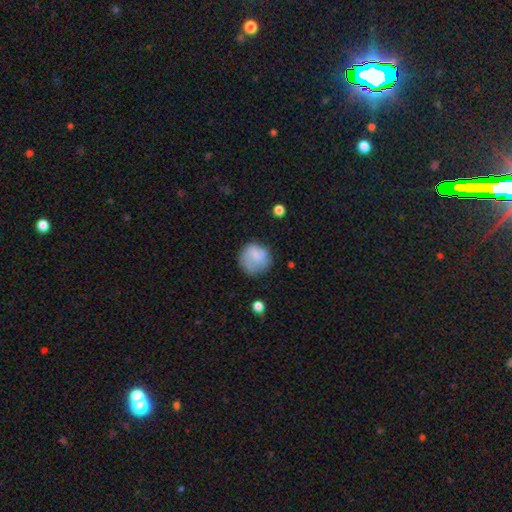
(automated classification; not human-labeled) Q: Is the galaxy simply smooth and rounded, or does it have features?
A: smooth — 64%.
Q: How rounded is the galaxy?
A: round — 83%.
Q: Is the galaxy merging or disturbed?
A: none — 58%.